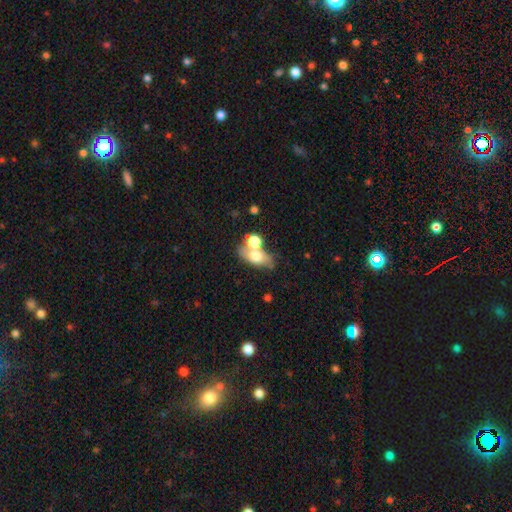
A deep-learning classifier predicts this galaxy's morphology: Smooth or featured? smooth (60%)
How rounded? in between (71%)
Merging? none (47%)